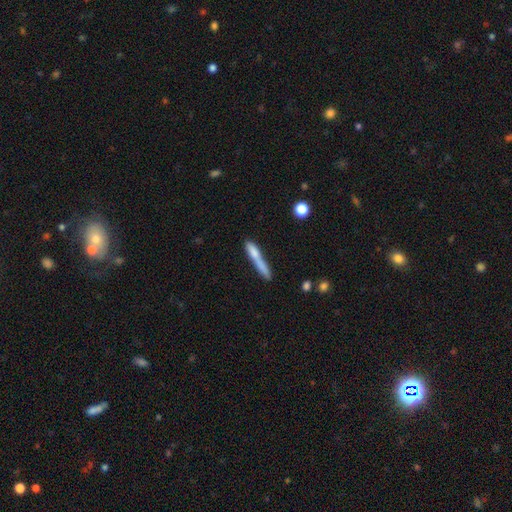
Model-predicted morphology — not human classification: Q: Smooth or featured?
A: smooth (67%); runner-up: featured or disk (25%)
Q: How rounded?
A: cigar-shaped (92%); runner-up: in between (6%)
Q: Merging?
A: none (52%); runner-up: merger (20%)